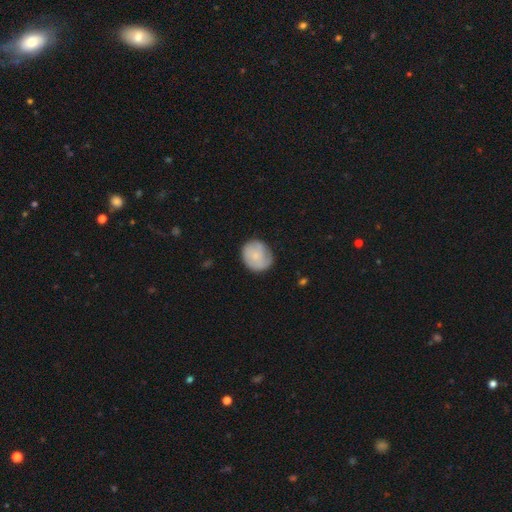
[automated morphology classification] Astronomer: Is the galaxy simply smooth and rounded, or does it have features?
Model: smooth — 73%.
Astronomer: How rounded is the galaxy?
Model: round — 83%.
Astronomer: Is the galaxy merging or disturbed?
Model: none — 74%.